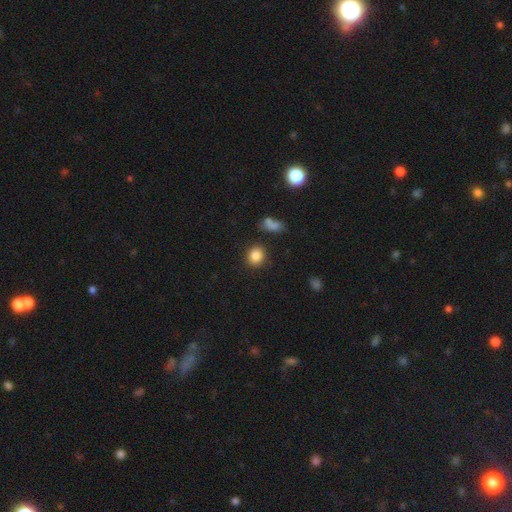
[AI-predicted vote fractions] Overall: smooth (86%). How rounded: round (71%). Merging: none (85%).